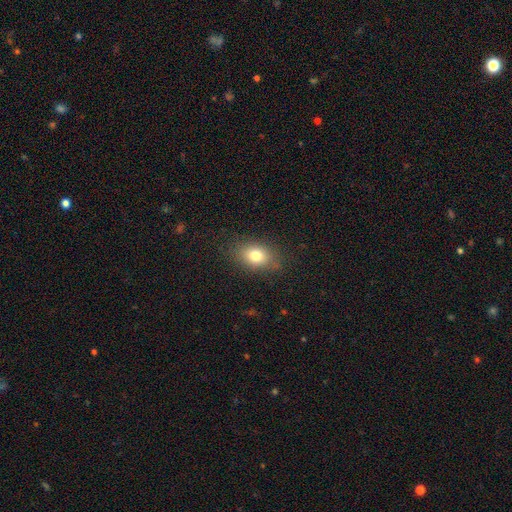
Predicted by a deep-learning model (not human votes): Morphology: type=smooth (78%); roundness=in between (75%); merging=none (81%).